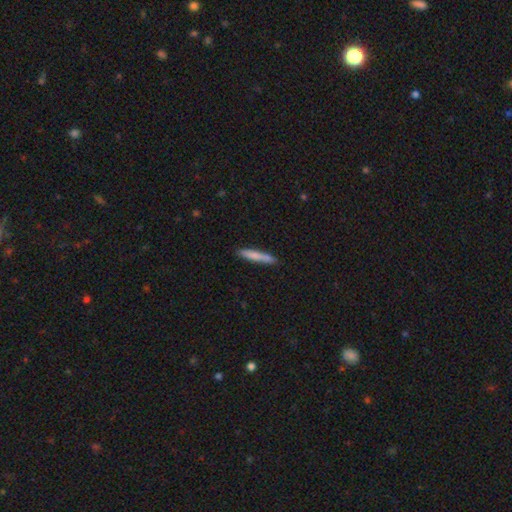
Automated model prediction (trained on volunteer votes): smooth-or-featured: smooth: 78% | featured or disk: 16% | star or artifact: 6%
  how-rounded: cigar-shaped: 93% | in between: 5% | round: 1%
  merging: none: 83% | minor disturbance: 13% | merger: 2% | major disturbance: 2%